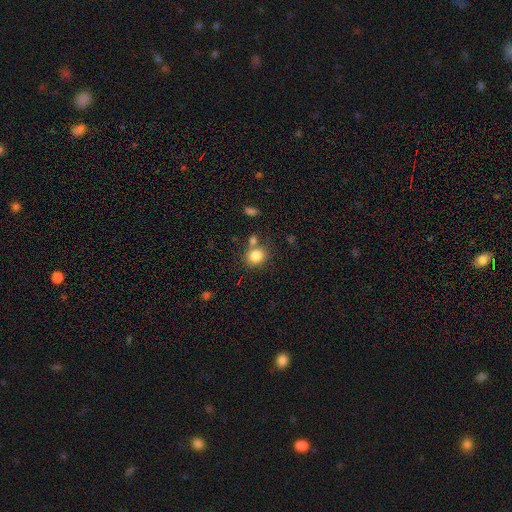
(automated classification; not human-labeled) smooth-or-featured: smooth: 83% | star or artifact: 10% | featured or disk: 7%
  how-rounded: round: 69% | in between: 30% | cigar-shaped: 1%
  merging: none: 65% | merger: 19% | minor disturbance: 11% | major disturbance: 4%